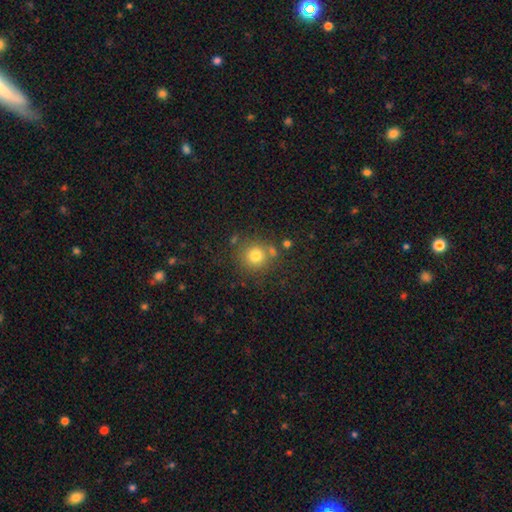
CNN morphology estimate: Smooth or featured? Predicted: smooth (p=0.77). How rounded? Predicted: round (p=0.92). Merging? Predicted: none (p=0.76).